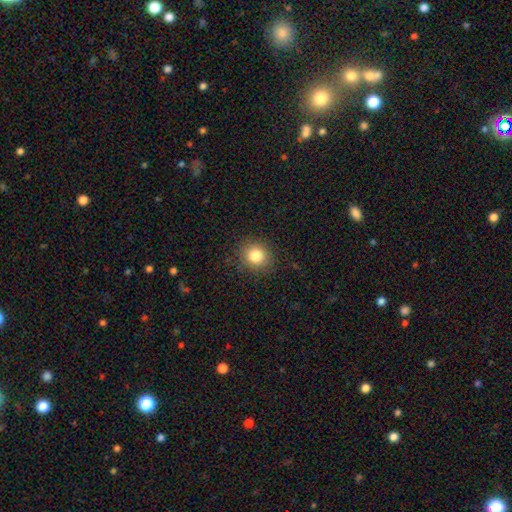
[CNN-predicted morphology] Smooth or featured?
  - smooth: 82% *
  - star or artifact: 12%
  - featured or disk: 6%
How rounded?
  - round: 86% *
  - in between: 13%
  - cigar-shaped: 1%
Merging?
  - none: 89% *
  - minor disturbance: 7%
  - major disturbance: 3%
  - merger: 1%